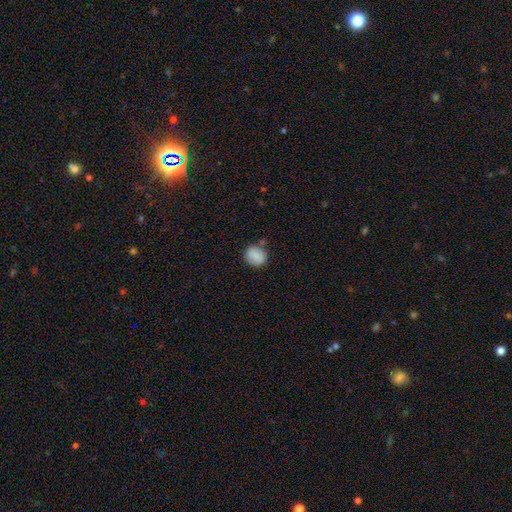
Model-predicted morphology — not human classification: Smooth or featured: smooth — 85% (star or artifact — 9%)
How rounded: round — 75% (in between — 24%)
Merging: none — 70% (minor disturbance — 19%)